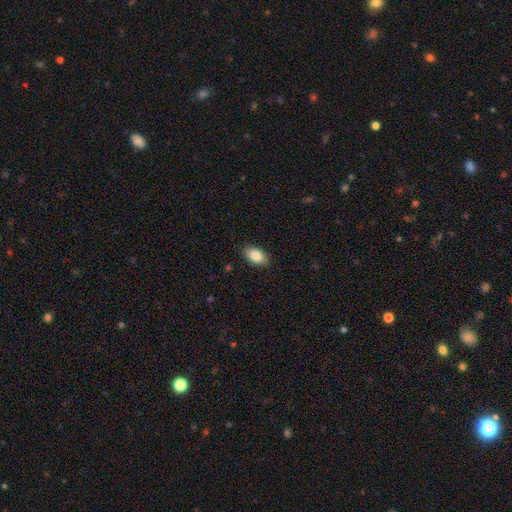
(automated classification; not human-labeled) Morphology: type=smooth (86%); roundness=in between (93%); merging=none (88%).